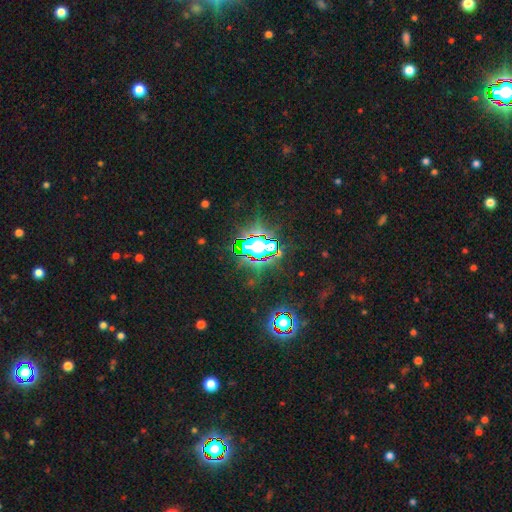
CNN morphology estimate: smooth-or-featured: star or artifact: 81% | smooth: 10% | featured or disk: 8%